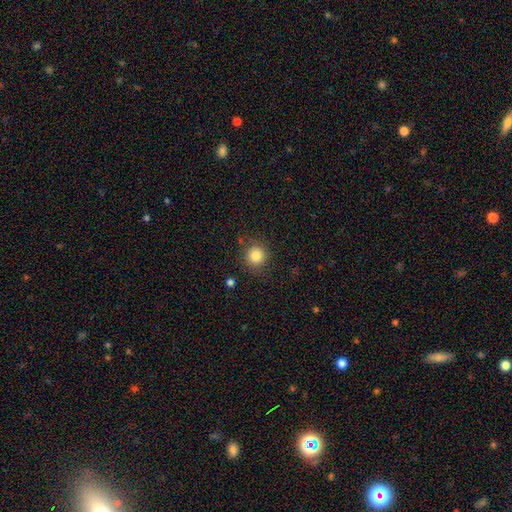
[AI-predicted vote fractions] This is clearly a smooth galaxy (83%). How rounded: clearly round (92%). Merging: clearly none (85%).